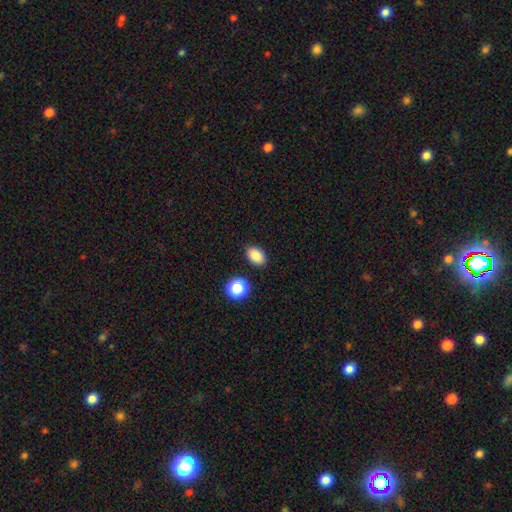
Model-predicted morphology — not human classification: Smooth or featured: smooth — 86% (star or artifact — 10%)
How rounded: in between — 83% (round — 16%)
Merging: none — 86% (minor disturbance — 9%)